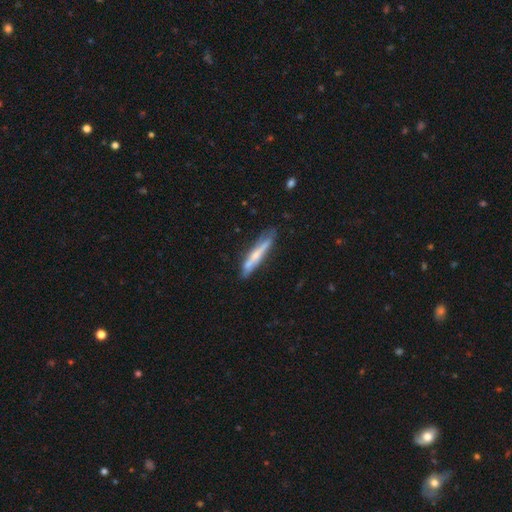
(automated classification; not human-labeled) smooth-or-featured: featured or disk: 47% | smooth: 46% | star or artifact: 6%
  merging: none: 68% | minor disturbance: 22% | major disturbance: 5% | merger: 5%